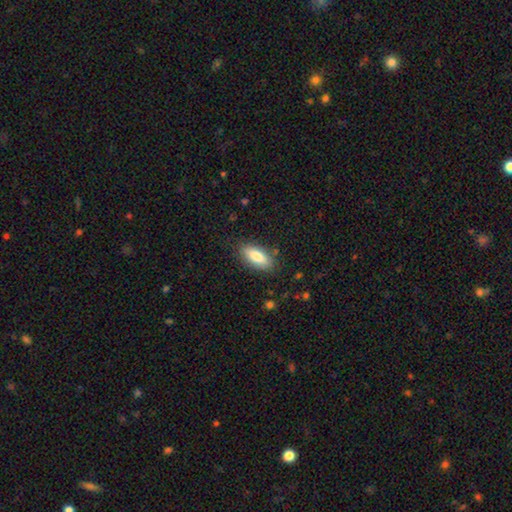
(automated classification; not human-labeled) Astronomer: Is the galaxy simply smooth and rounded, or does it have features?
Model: smooth — 81%.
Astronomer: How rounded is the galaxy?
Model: in between — 79%.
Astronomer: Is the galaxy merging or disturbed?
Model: none — 84%.